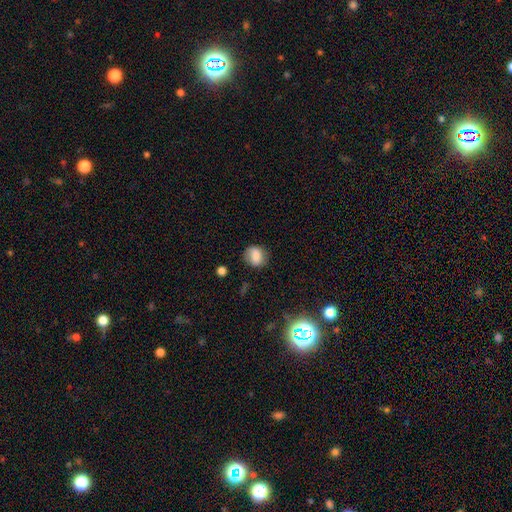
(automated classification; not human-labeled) Overall: smooth (70%). How rounded: round (65%; in between 33%). Merging: none (74%).